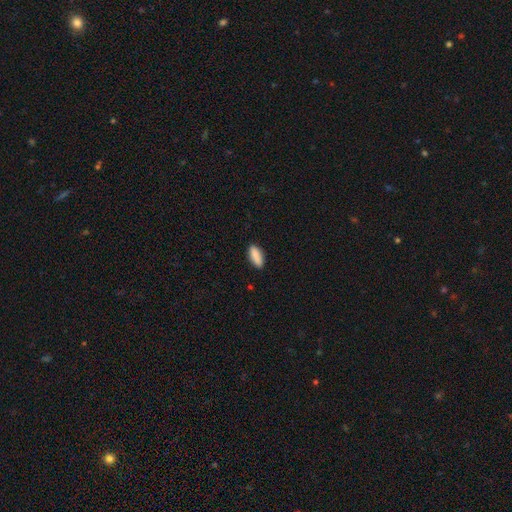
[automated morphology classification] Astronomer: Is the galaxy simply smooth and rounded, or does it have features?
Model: smooth — 89%.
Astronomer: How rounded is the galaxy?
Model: in between — 74%.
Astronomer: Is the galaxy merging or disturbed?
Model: none — 87%.